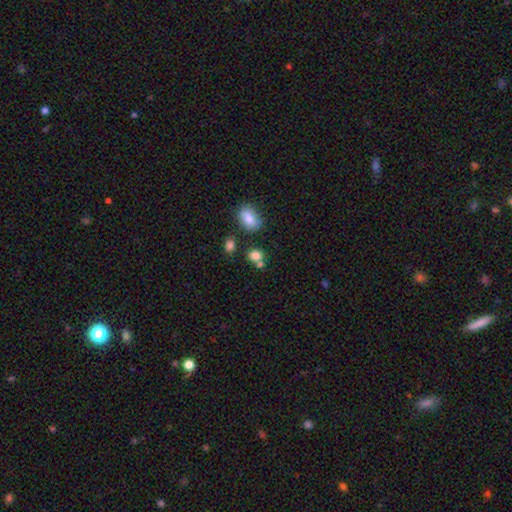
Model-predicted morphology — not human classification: Smooth or featured?
  - smooth: 81% *
  - star or artifact: 12%
  - featured or disk: 7%
How rounded?
  - round: 60% *
  - in between: 39%
  - cigar-shaped: 1%
Merging?
  - none: 58% *
  - merger: 26%
  - minor disturbance: 12%
  - major disturbance: 4%